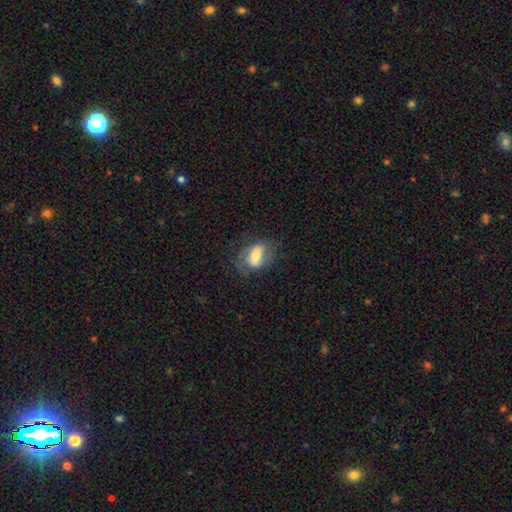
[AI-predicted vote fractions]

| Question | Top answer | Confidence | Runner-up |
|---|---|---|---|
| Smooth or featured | featured or disk | 49% | smooth (43%) |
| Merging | none | 64% | minor disturbance (22%) |